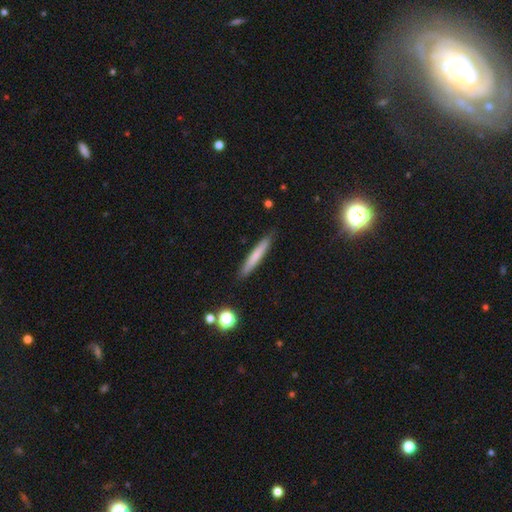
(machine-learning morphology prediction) smooth-or-featured: smooth: 71% | featured or disk: 22% | star or artifact: 7%
  how-rounded: cigar-shaped: 95% | in between: 4% | round: 1%
  merging: none: 88% | minor disturbance: 9% | major disturbance: 2% | merger: 1%